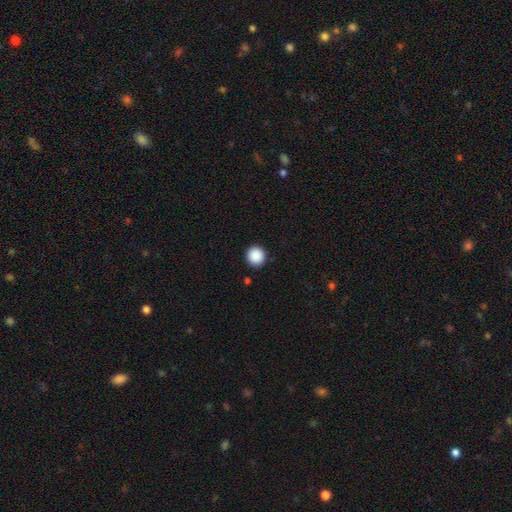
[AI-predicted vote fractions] Smooth or featured?
  - smooth: 89% *
  - star or artifact: 8%
  - featured or disk: 2%
How rounded?
  - round: 95% *
  - in between: 4%
  - cigar-shaped: 1%
Merging?
  - none: 92% *
  - minor disturbance: 5%
  - major disturbance: 2%
  - merger: 1%